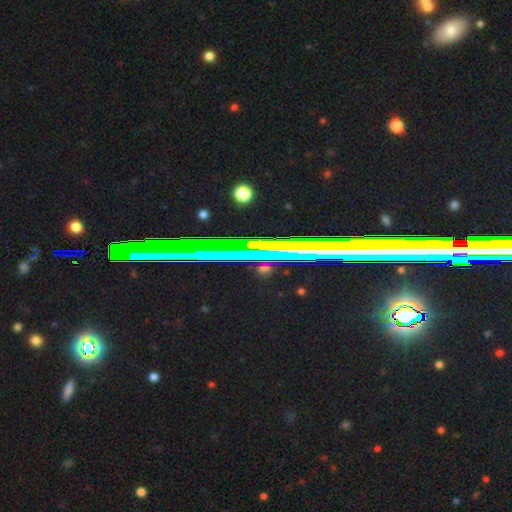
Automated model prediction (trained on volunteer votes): Smooth or featured? Predicted: star or artifact (p=0.73).